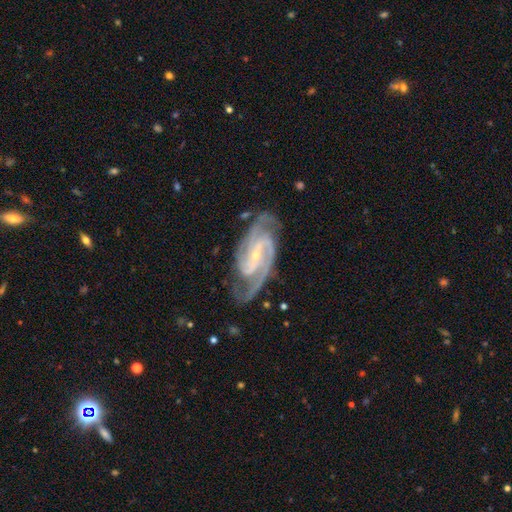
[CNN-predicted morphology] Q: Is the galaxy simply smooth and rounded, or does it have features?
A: featured or disk — 93%.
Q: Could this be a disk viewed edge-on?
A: no — 97%.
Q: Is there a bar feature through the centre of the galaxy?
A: weak — 38%.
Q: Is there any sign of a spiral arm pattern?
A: yes — 99%.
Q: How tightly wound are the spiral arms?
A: medium — 48%.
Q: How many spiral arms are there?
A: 2 — 53%.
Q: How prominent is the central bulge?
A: small — 80%.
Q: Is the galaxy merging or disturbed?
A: none — 76%.